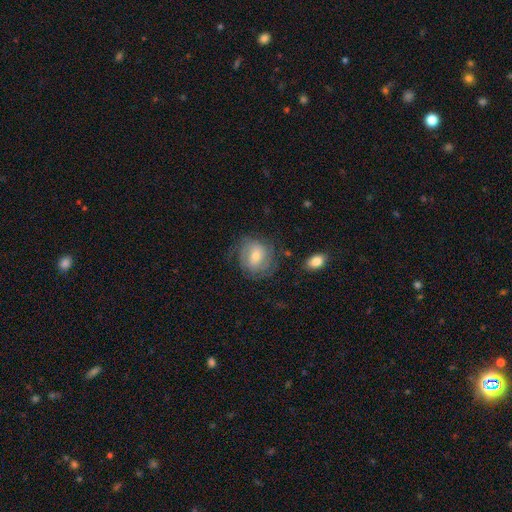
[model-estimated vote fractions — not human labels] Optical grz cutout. It shows a featured or disk galaxy (56%) with no bar (48%), spiral arms (81%) and a moderate central bulge (47%). Merging: none (65%).